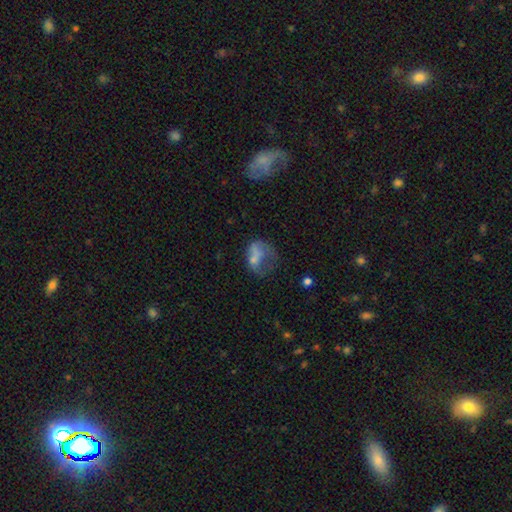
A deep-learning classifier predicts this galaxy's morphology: This appears to be a smooth galaxy with no disk features (54%) that is in between round and cigar-shaped (70%). Merging: major disturbance (53%).